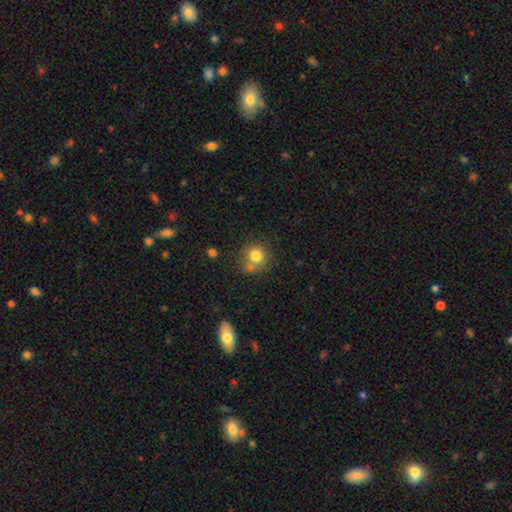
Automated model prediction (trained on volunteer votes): smooth-or-featured: smooth: 80% | star or artifact: 12% | featured or disk: 9%
  how-rounded: round: 90% | in between: 9% | cigar-shaped: 1%
  merging: none: 69% | minor disturbance: 14% | merger: 13% | major disturbance: 5%